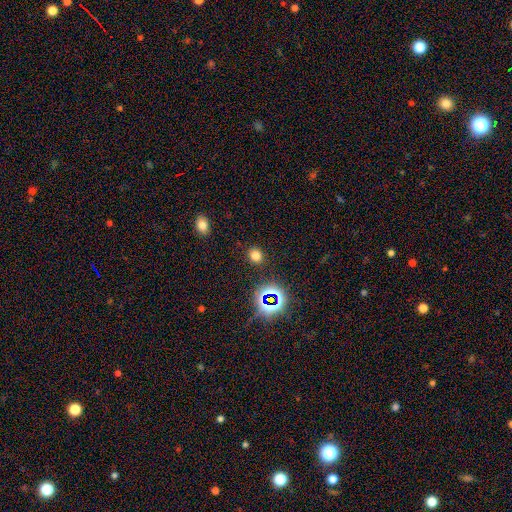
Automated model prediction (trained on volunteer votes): This is likely a smooth galaxy (71%). How rounded: likely round (78%). Merging: clearly none (89%).